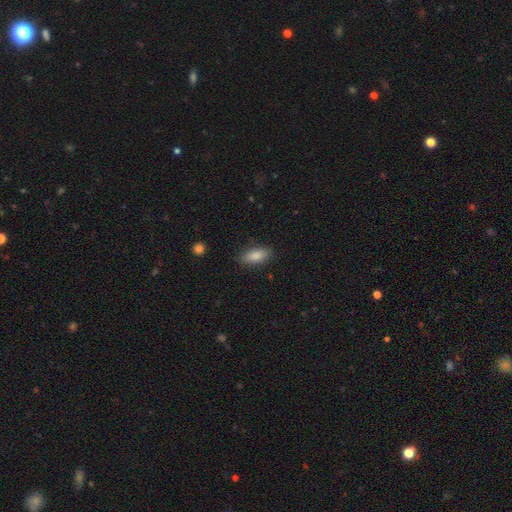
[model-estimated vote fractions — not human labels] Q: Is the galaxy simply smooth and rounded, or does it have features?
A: smooth — 85%.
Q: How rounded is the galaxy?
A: in between — 83%.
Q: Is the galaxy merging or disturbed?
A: none — 84%.